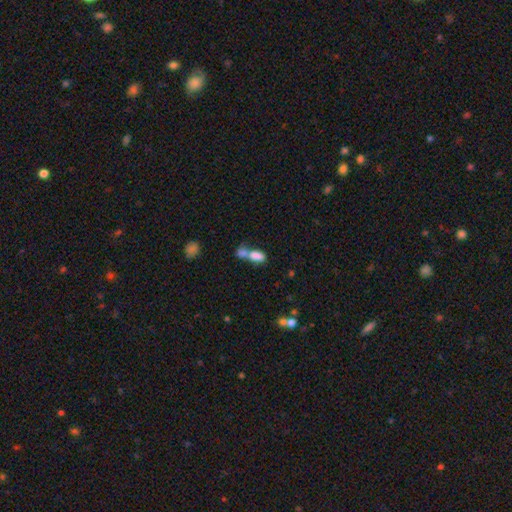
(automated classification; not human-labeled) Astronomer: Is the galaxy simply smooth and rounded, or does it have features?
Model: smooth — 78%.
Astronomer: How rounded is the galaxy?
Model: in between — 85%.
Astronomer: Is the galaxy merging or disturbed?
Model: merger — 66%.